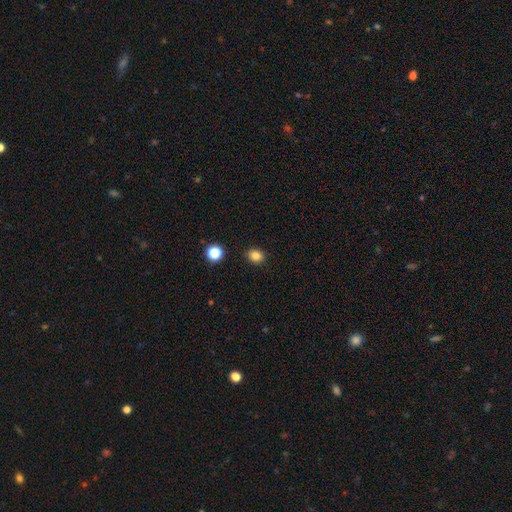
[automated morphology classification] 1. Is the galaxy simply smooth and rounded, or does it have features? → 83% smooth, 12% star or artifact, 4% featured or disk.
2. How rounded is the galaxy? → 63% round, 36% in between, 1% cigar-shaped.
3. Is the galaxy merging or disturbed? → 89% none, 8% minor disturbance, 2% major disturbance, 2% merger.